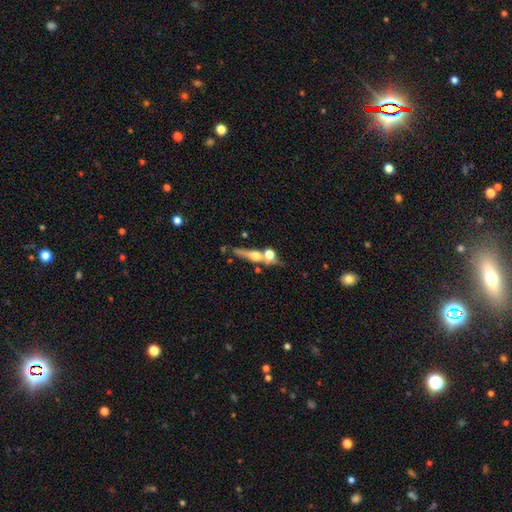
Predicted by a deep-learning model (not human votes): Smooth or featured: featured or disk — 50% (smooth — 40%)
Edge-on disk: yes — 77% (no — 23%)
Merging: none — 43% (merger — 37%)